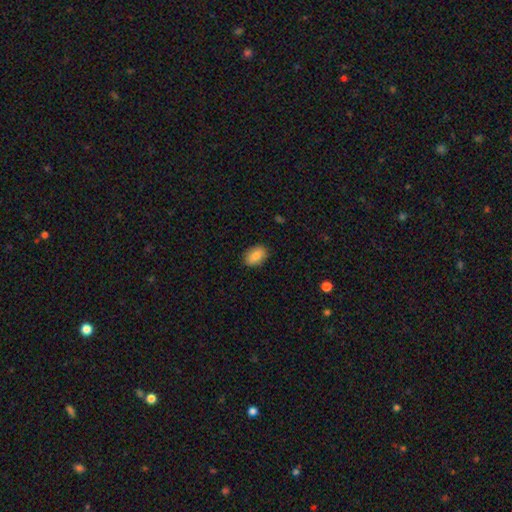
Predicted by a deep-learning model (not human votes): A smooth galaxy with no disk features (85%) that is in between round and cigar-shaped (88%). Merging: none (87%).